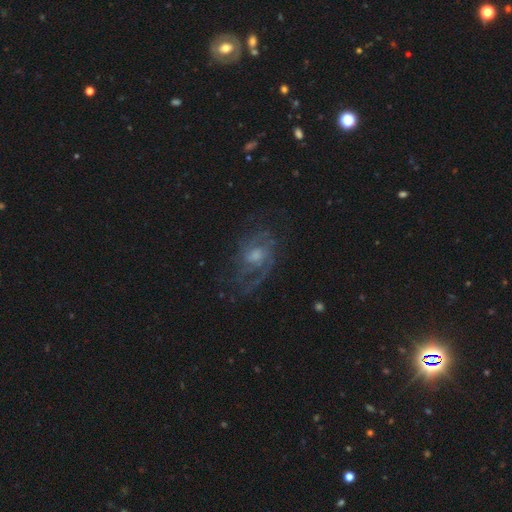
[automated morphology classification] A featured or disk galaxy (77%) with no bar (60%), 2 (40%) medium (46%) spiral arms (89%) and a moderate central bulge (51%). Merging: none (61%).